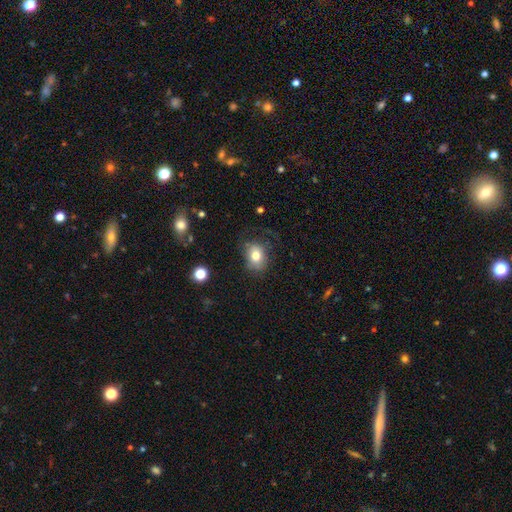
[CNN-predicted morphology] Smooth or featured: smooth — 77% (featured or disk — 12%)
How rounded: in between — 55% (round — 44%)
Merging: none — 67% (minor disturbance — 21%)